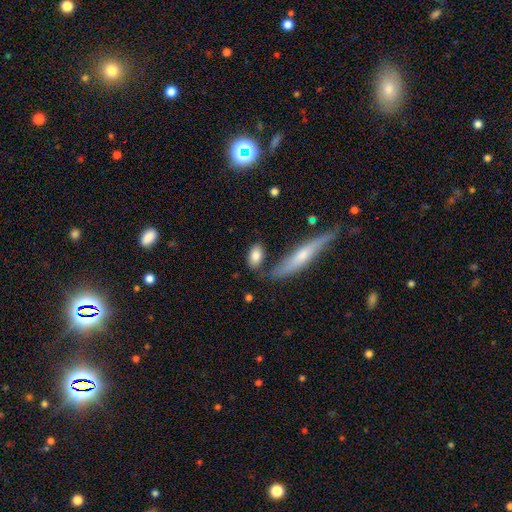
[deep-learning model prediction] Smooth or featured: smooth — 81% (featured or disk — 12%)
How rounded: in between — 85% (cigar-shaped — 9%)
Merging: none — 70% (minor disturbance — 15%)